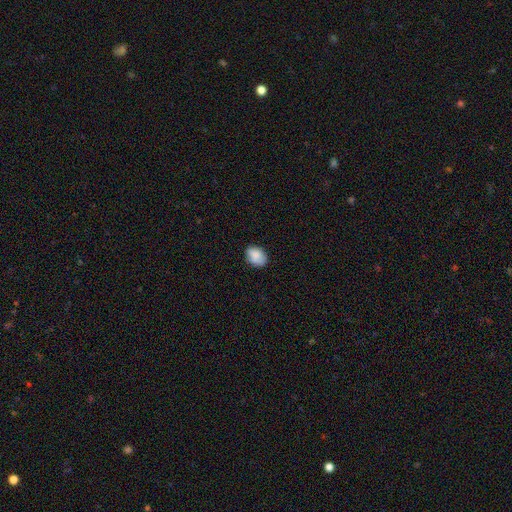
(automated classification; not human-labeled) Q: Smooth or featured?
A: smooth (84%); runner-up: featured or disk (8%)
Q: How rounded?
A: in between (71%); runner-up: round (28%)
Q: Merging?
A: none (75%); runner-up: minor disturbance (20%)